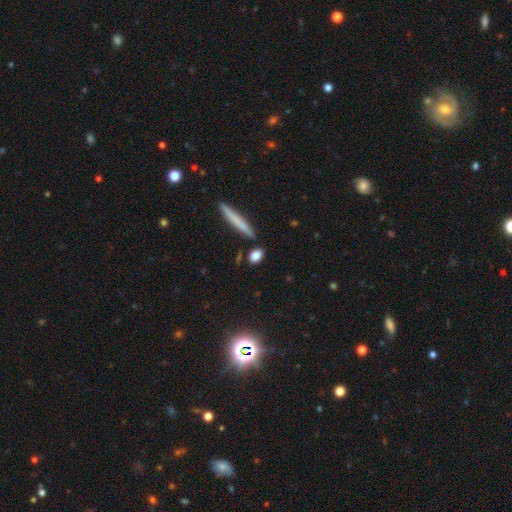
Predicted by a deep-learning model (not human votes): smooth 83%, featured or disk 10%, star or artifact 8%. Down the decision tree: how rounded — in between (70%); merging — none (77%).